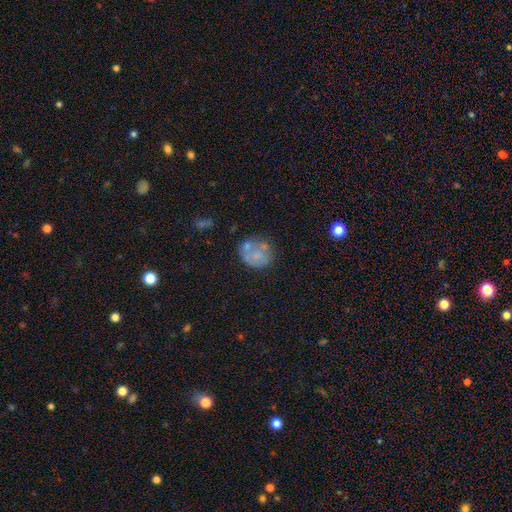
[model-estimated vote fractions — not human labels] smooth 53%, featured or disk 36%, star or artifact 11%. Down the decision tree: how rounded — round (73%); merging — none (50%).